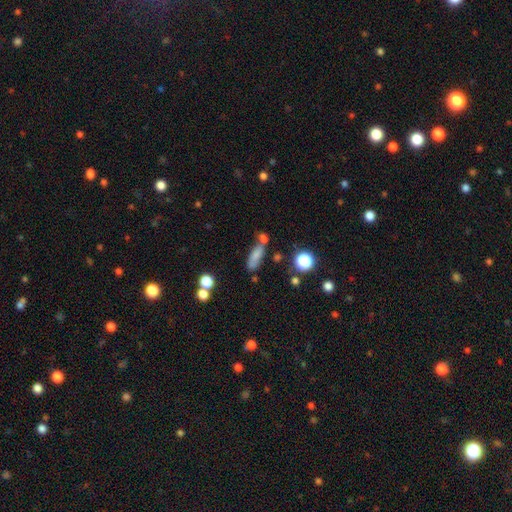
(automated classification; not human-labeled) This is likely a smooth galaxy (74%). How rounded: possibly in between (55%). Merging: possibly none (51%).